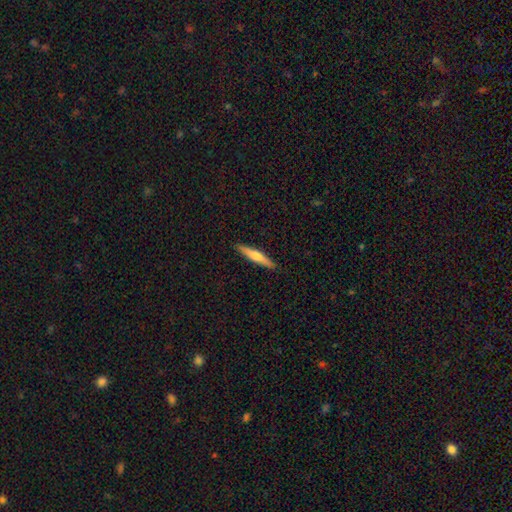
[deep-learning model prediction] The model was most divided on "smooth or featured": smooth: 55%, featured or disk: 40%, star or artifact: 5%. More confident: how rounded — cigar-shaped (92%); merging — none (91%).